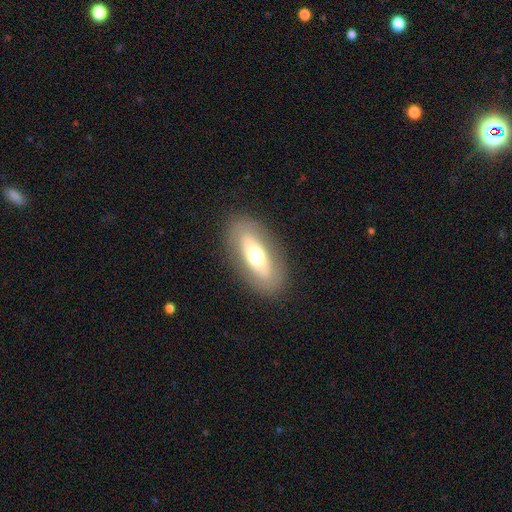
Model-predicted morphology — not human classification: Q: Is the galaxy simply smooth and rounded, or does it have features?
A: smooth — 53%.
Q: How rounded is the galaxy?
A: in between — 80%.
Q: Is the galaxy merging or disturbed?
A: none — 85%.